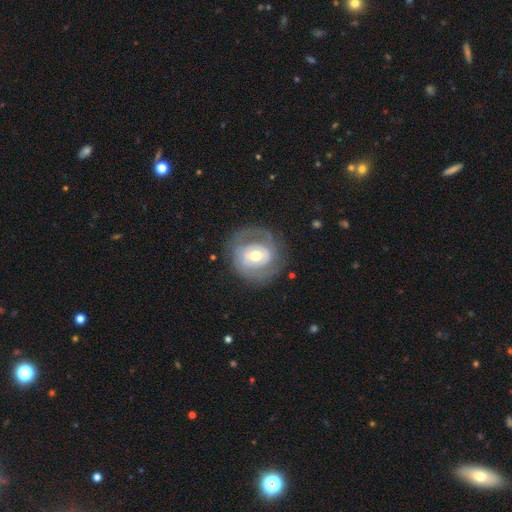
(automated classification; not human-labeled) Smooth or featured? Predicted: featured or disk (p=0.68). Edge-on disk? Predicted: no (p=0.97). Bar? Predicted: no (p=0.55). Spiral arms? Predicted: yes (p=0.65). Bulge size? Predicted: moderate (p=0.70). Merging? Predicted: none (p=0.71).